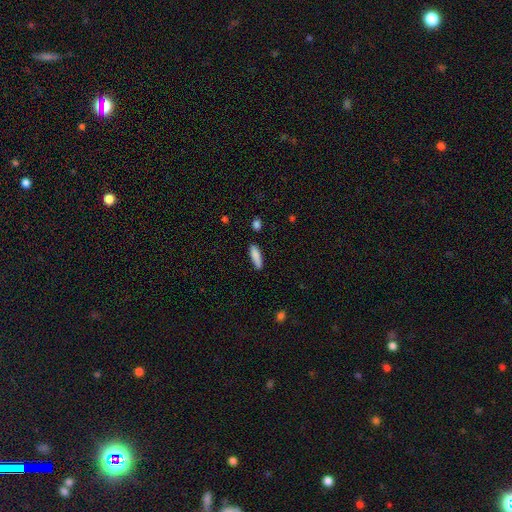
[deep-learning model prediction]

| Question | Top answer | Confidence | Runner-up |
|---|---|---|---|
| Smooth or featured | smooth | 85% | featured or disk (8%) |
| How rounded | cigar-shaped | 64% | in between (35%) |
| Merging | none | 79% | minor disturbance (16%) |